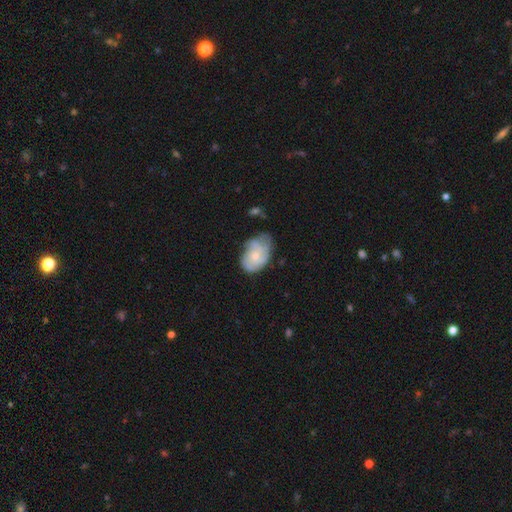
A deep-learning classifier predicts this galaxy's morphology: Overall: featured or disk (58%; smooth 35%). Edge-on disk: no (97%). Bar: no (78%). Spiral arms: yes (82%). Bulge size: small (55%; moderate 35%). Merging: none (45%; minor disturbance 36%).